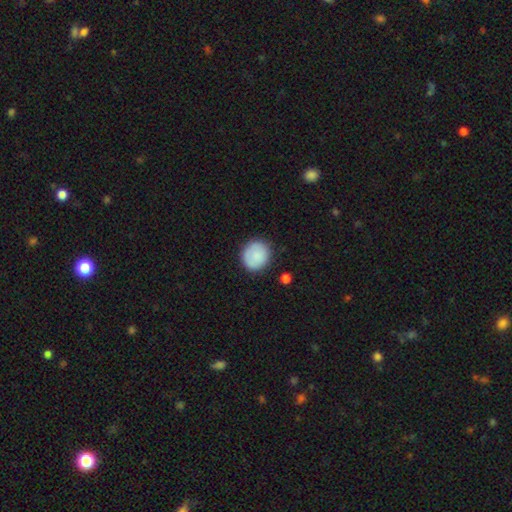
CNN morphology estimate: Q: Smooth or featured?
A: smooth (84%); runner-up: featured or disk (9%)
Q: How rounded?
A: round (86%); runner-up: in between (13%)
Q: Merging?
A: none (85%); runner-up: minor disturbance (11%)